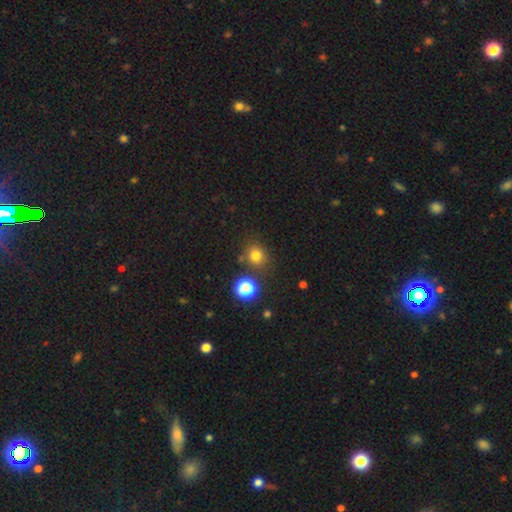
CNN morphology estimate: This appears to be a smooth galaxy with no disk features (76%) that is round (81%). Merging: none (79%).